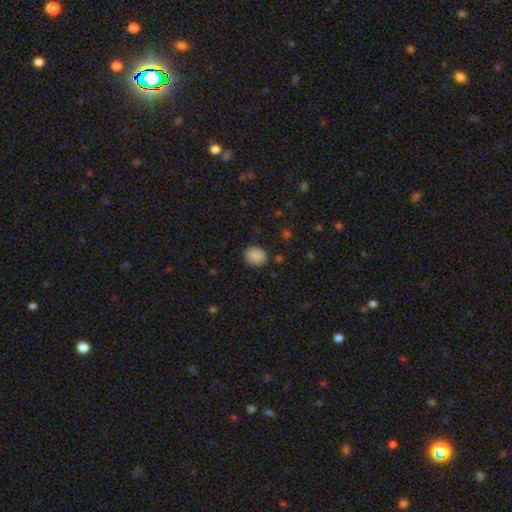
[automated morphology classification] Smooth or featured: smooth — 87% (star or artifact — 9%)
How rounded: round — 69% (in between — 30%)
Merging: none — 83% (minor disturbance — 13%)